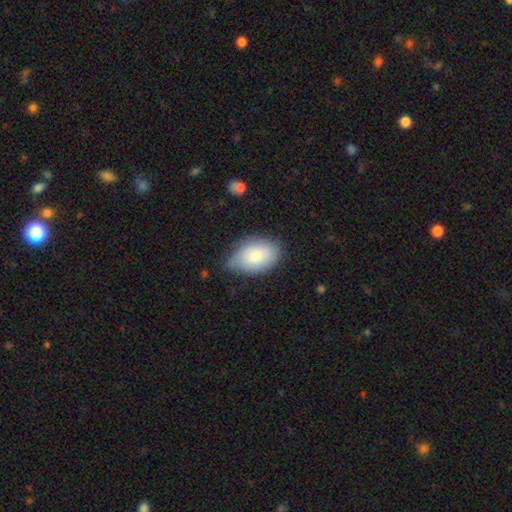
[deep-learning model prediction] Smooth or featured?
  - smooth: 81% *
  - featured or disk: 13%
  - star or artifact: 6%
How rounded?
  - in between: 90% *
  - round: 8%
  - cigar-shaped: 1%
Merging?
  - none: 60% *
  - minor disturbance: 32%
  - major disturbance: 6%
  - merger: 2%